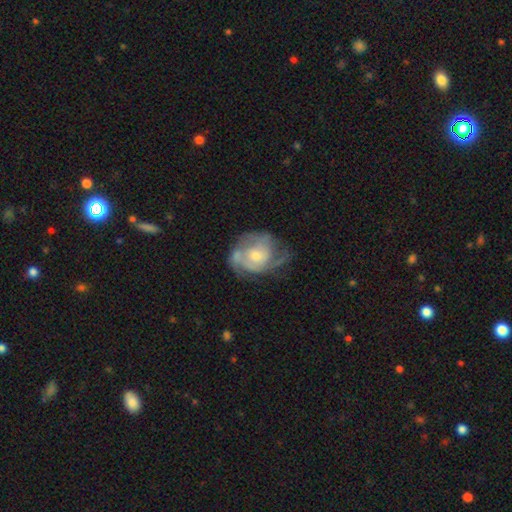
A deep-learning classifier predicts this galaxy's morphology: This is likely a featured or disk galaxy (69%). It is clearly not viewed edge-on (97%). Bar: likely no (72%). Spiral arm pattern: likely yes (76%). Spiral arm count: marginally can't tell (36%). Spiral winding: marginally tight (43%). Central bulge: possibly moderate (47%). Merging: marginally none (41%).